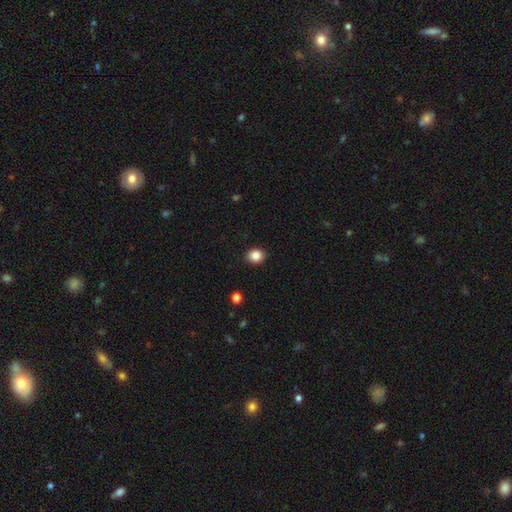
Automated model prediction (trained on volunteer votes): Smooth or featured? smooth (85%)
How rounded? round (64%)
Merging? none (90%)